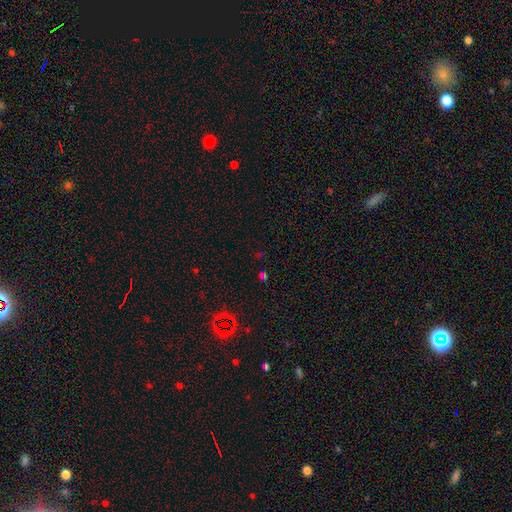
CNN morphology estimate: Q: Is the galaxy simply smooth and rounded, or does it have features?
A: star or artifact — 65%.